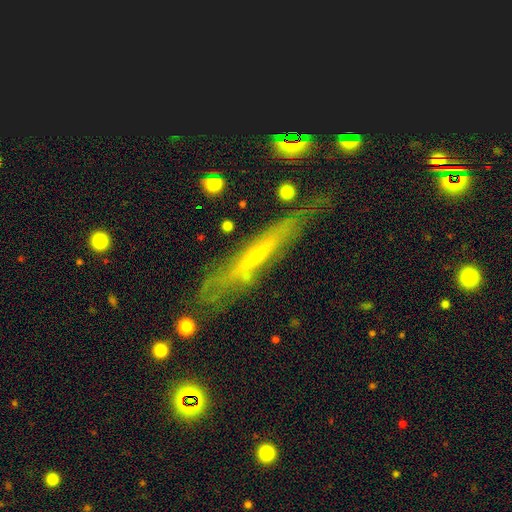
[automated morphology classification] The model was most divided on "edge-on bulge": rounded: 53%, none: 42%, boxy: 5%. More confident: edge-on disk — yes (75%); merging — none (70%); smooth or featured — featured or disk (68%).